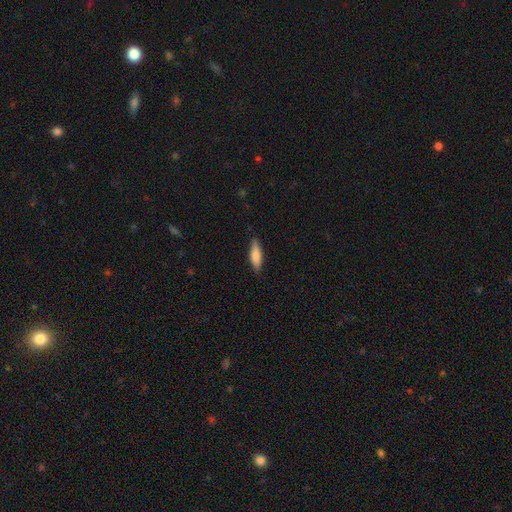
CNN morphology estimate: Smooth or featured? smooth (82%)
How rounded? cigar-shaped (57%)
Merging? none (85%)